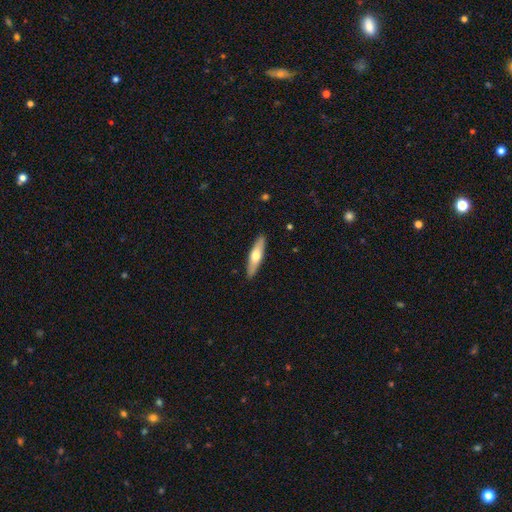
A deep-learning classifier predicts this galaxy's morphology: Q: Smooth or featured?
A: smooth (56%); runner-up: featured or disk (39%)
Q: How rounded?
A: cigar-shaped (74%); runner-up: in between (24%)
Q: Merging?
A: none (90%); runner-up: minor disturbance (7%)